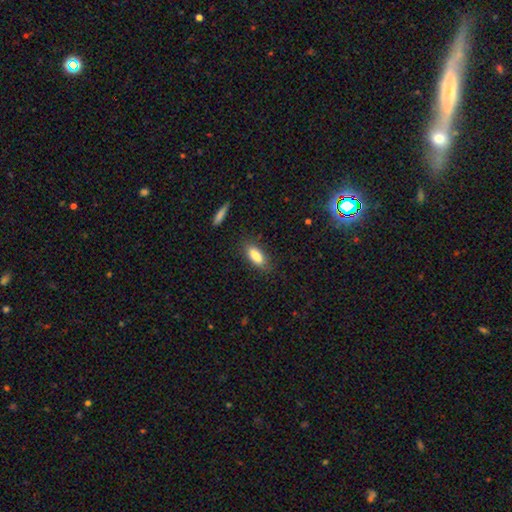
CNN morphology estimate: This is clearly a smooth galaxy (83%). How rounded: likely in between (77%). Merging: clearly none (82%).